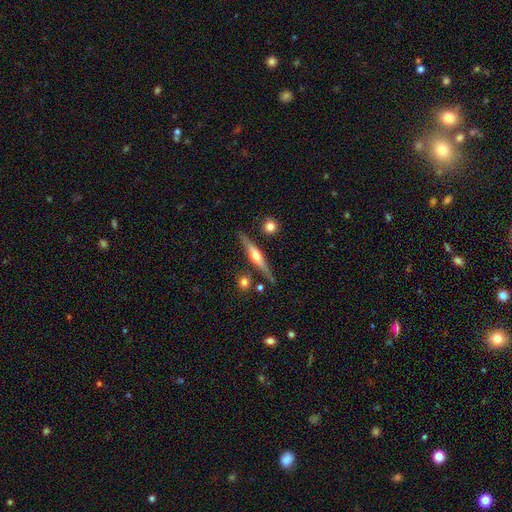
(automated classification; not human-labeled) The model was most divided on "smooth or featured": featured or disk: 72%, smooth: 22%, star or artifact: 6%. More confident: edge-on disk — yes (96%); edge-on bulge — rounded (91%); merging — none (82%).